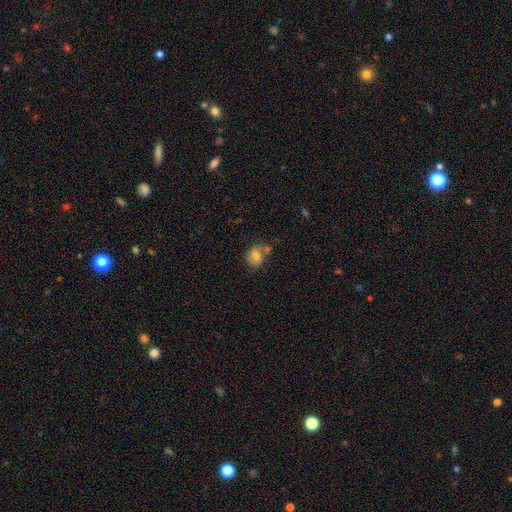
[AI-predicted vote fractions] Morphology: type=smooth (73%); roundness=round (57%); merging=none (53%).